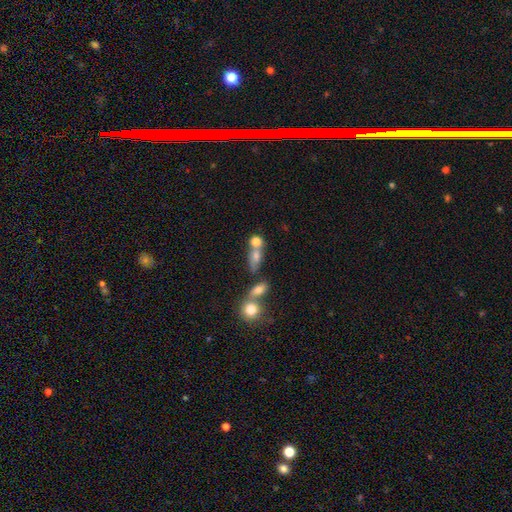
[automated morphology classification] A smooth galaxy with no disk features (68%) that is in between round and cigar-shaped (50%).

Vote fractions:
- Smooth or featured? smooth: 68% / featured or disk: 17% / star or artifact: 14%
- How rounded? in between: 50% / round: 41% / cigar-shaped: 9%
- Merging? merger: 46% / none: 36% / minor disturbance: 11% / major disturbance: 7%